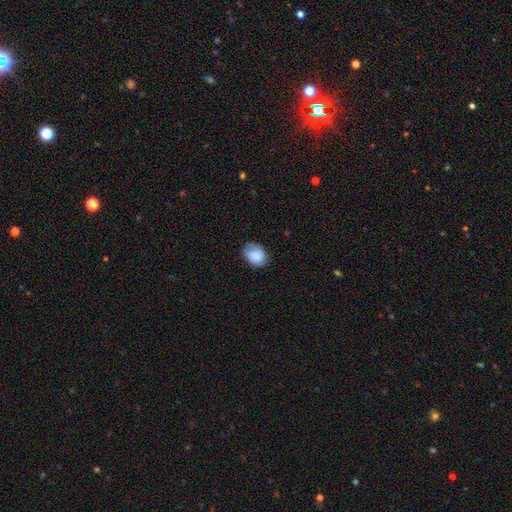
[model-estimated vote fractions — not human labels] This is likely a smooth galaxy (78%). How rounded: likely in between (68%). Merging: likely none (65%).